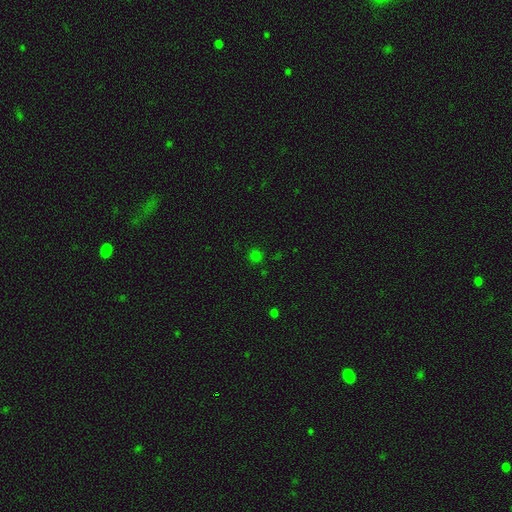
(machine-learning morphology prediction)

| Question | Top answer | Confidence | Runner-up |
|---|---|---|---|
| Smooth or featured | smooth | 71% | star or artifact (25%) |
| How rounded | round | 92% | in between (7%) |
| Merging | none | 86% | minor disturbance (8%) |